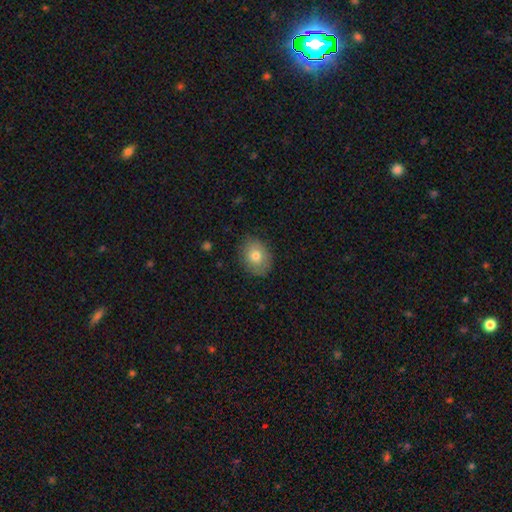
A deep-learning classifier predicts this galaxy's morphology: smooth_or_featured: smooth (p=0.77) [alt: featured or disk p=0.15]
how_rounded: in between (p=0.52) [alt: round p=0.47]
merging: none (p=0.85) [alt: minor disturbance p=0.12]